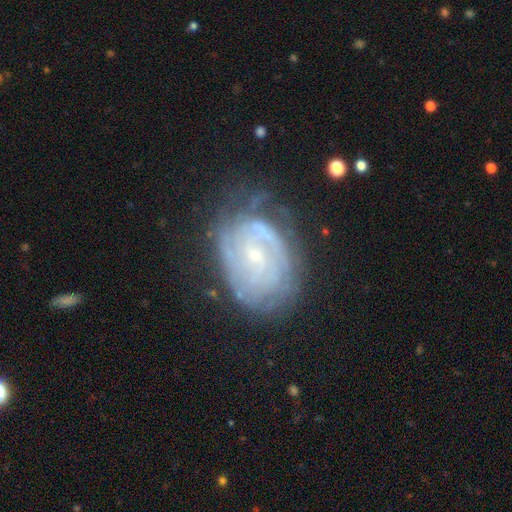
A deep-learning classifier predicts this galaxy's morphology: smooth_or_featured: featured or disk (p=0.79) [alt: smooth p=0.14]
disk_edge_on: no (p=0.97) [alt: yes p=0.03]
bar: no (p=0.58) [alt: weak p=0.35]
has_spiral_arms: yes (p=0.87) [alt: no p=0.13]
spiral_winding: tight (p=0.68) [alt: medium p=0.24]
spiral_arm_count: can't tell (p=0.47) [alt: 2 p=0.23]
bulge_size: small (p=0.75) [alt: moderate p=0.20]
merging: none (p=0.59) [alt: minor disturbance p=0.25]